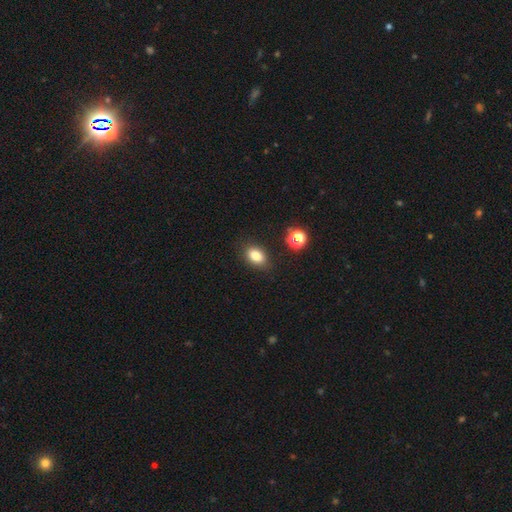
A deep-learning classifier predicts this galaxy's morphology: This is clearly a smooth galaxy (83%). How rounded: clearly in between (83%). Merging: clearly none (82%).